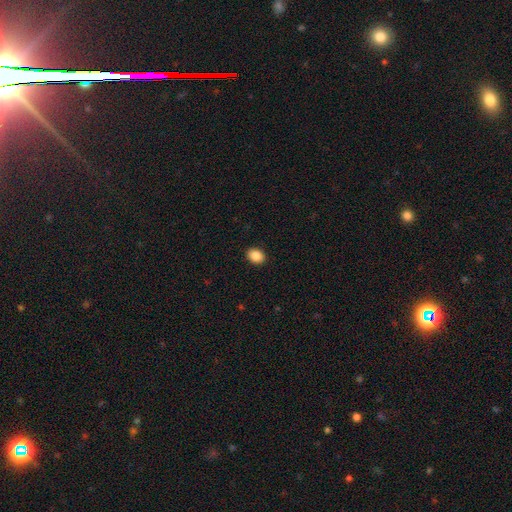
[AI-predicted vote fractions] Smooth or featured: smooth — 87% (star or artifact — 9%)
How rounded: in between — 59% (round — 40%)
Merging: none — 91% (minor disturbance — 6%)